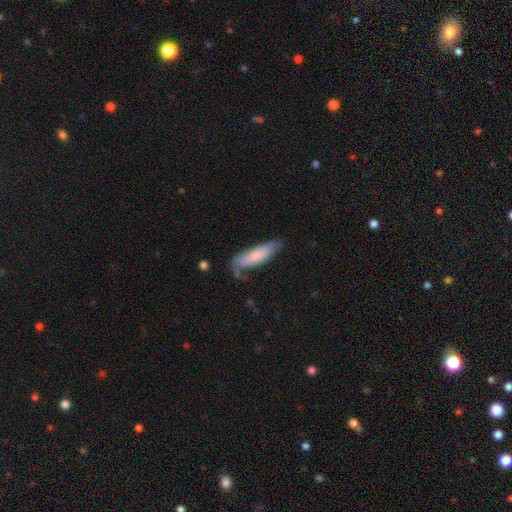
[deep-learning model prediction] A smooth galaxy with no disk features (78%) that is cigar-shaped (59%).

Vote fractions:
- Smooth or featured? smooth: 78% / featured or disk: 16% / star or artifact: 6%
- How rounded? cigar-shaped: 59% / in between: 40% / round: 1%
- Merging? none: 61% / minor disturbance: 28% / major disturbance: 7% / merger: 4%